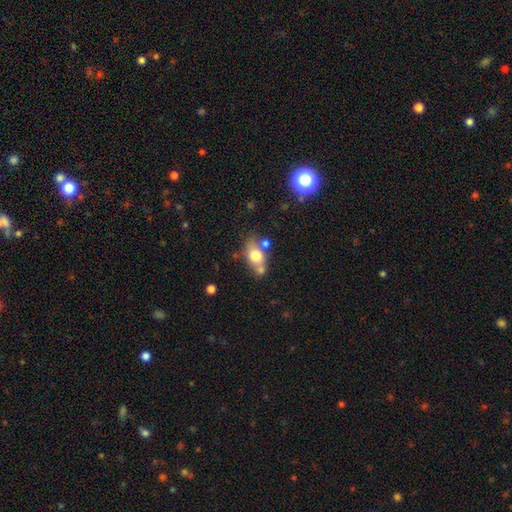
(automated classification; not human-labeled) Smooth or featured: smooth — 69% (featured or disk — 22%)
How rounded: in between — 71% (round — 25%)
Merging: none — 54% (merger — 23%)